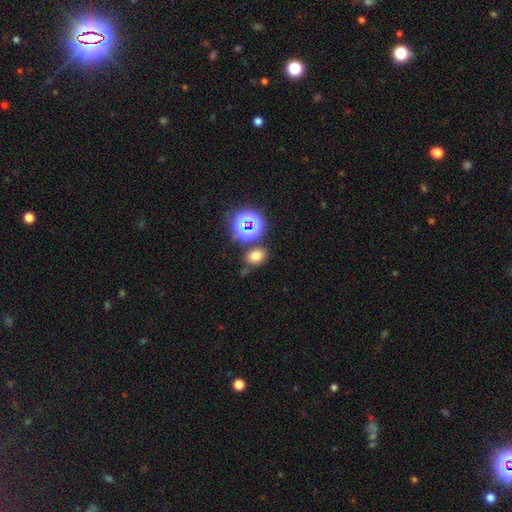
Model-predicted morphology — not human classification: The model was most divided on "how rounded": in between: 66%, round: 33%, cigar-shaped: 1%. More confident: merging — none (75%); smooth or featured — smooth (70%).